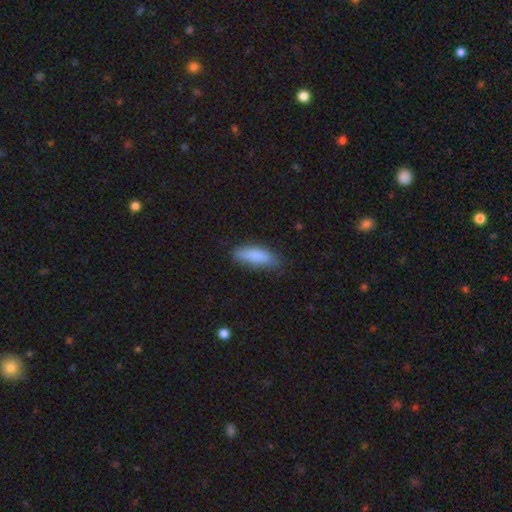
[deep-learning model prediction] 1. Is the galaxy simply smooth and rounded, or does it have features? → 86% smooth, 8% featured or disk, 6% star or artifact.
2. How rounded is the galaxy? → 55% in between, 44% cigar-shaped, 2% round.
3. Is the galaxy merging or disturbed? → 74% none, 21% minor disturbance, 4% major disturbance, 1% merger.